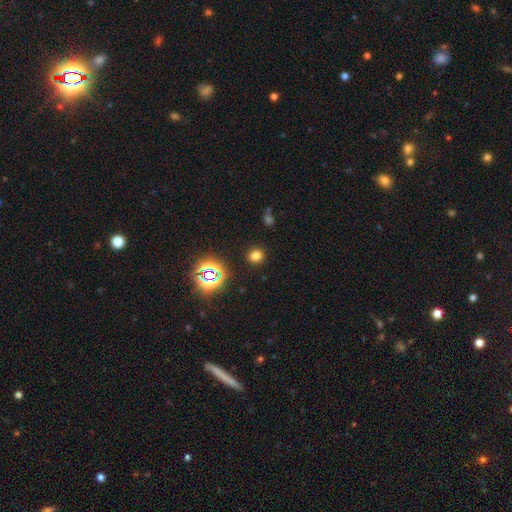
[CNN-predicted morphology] type=smooth (72%); roundness=round (82%); merging=none (89%).